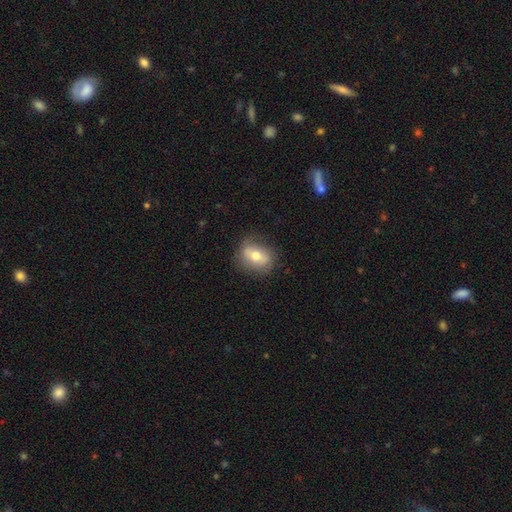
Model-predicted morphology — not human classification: A smooth galaxy with no disk features (58%) that is in between round and cigar-shaped (54%). Merging: none (76%).